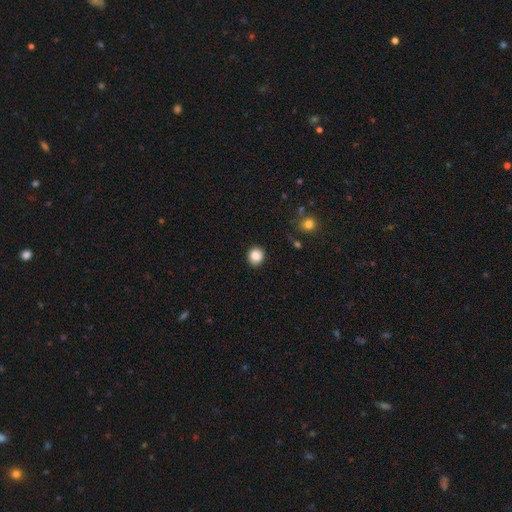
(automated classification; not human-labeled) A smooth galaxy with no disk features (87%) that is round (86%). Merging: none (89%).